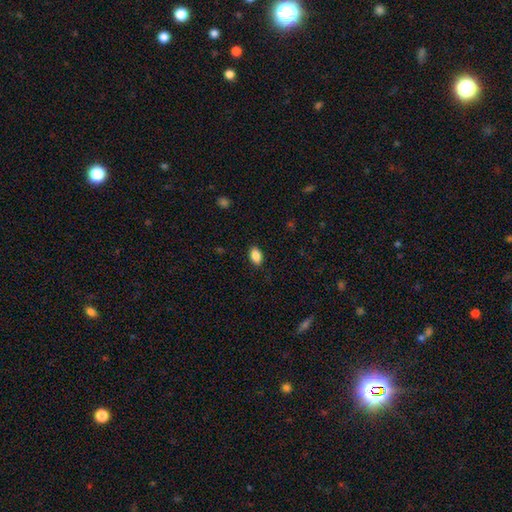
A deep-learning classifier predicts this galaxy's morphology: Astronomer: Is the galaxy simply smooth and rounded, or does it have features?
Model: smooth — 88%.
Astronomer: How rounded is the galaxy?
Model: in between — 89%.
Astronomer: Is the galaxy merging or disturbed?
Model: none — 86%.